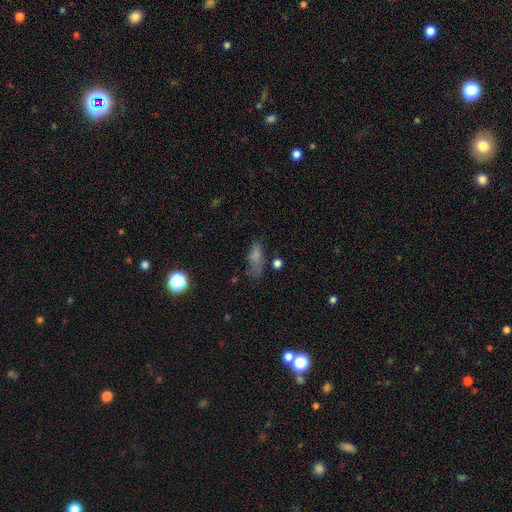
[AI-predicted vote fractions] This appears to be a smooth galaxy with no disk features (61%) that is in between round and cigar-shaped (64%). Merging: none (54%).